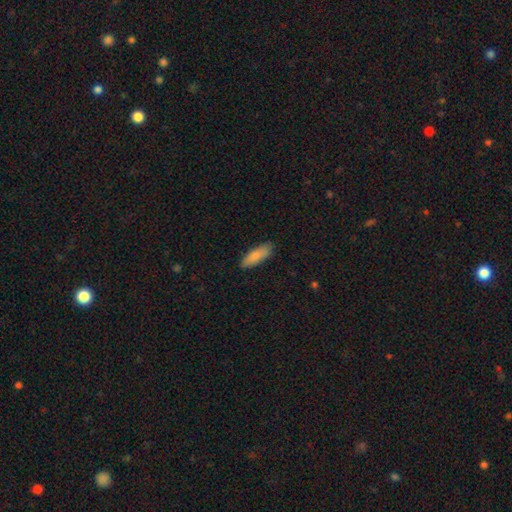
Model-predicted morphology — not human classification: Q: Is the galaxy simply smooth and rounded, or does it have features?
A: smooth — 85%.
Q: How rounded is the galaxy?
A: in between — 60%.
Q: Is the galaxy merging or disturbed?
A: none — 86%.